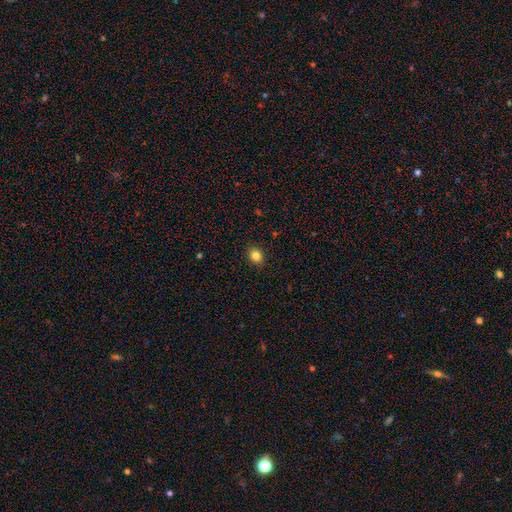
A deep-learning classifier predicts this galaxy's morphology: smooth 85%, star or artifact 11%, featured or disk 5%. Down the decision tree: how rounded — round (54%); merging — none (90%).